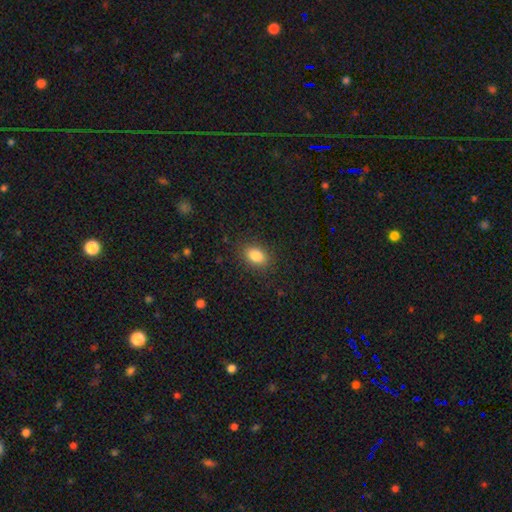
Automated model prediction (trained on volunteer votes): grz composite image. It shows a smooth galaxy with no disk features (85%) that is in between round and cigar-shaped (83%). Merging: none (86%).